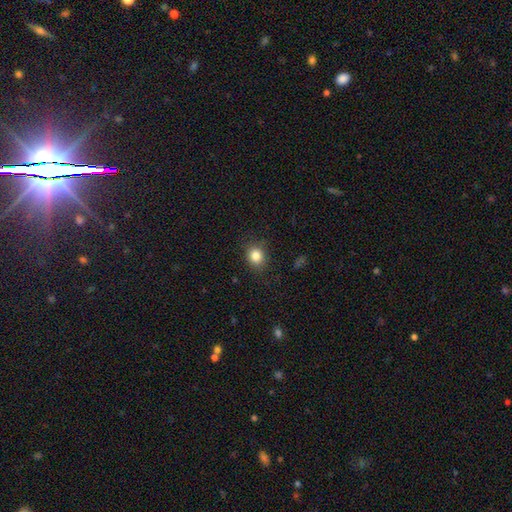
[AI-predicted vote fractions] Smooth or featured? smooth (84%)
How rounded? round (72%)
Merging? none (85%)